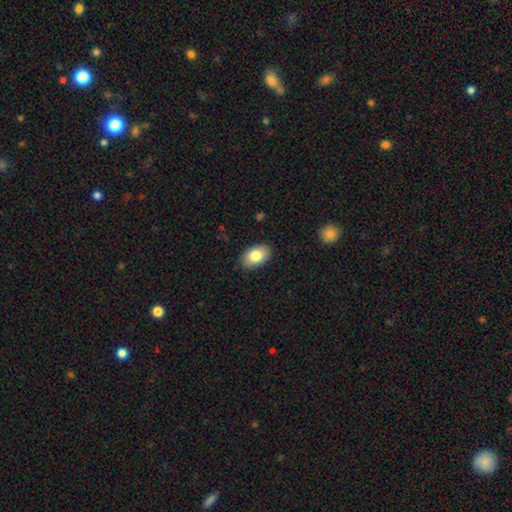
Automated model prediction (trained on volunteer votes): Overall: smooth (81%). How rounded: in between (91%). Merging: none (85%).